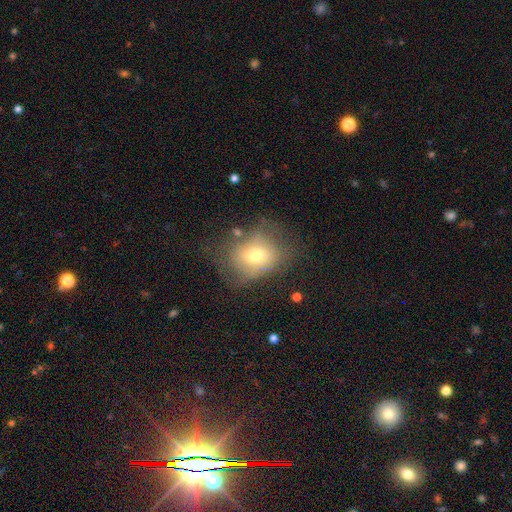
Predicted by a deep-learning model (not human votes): Smooth or featured?
  - smooth: 64% *
  - featured or disk: 24%
  - star or artifact: 12%
How rounded?
  - round: 50% *
  - in between: 49%
  - cigar-shaped: 1%
Merging?
  - none: 51% *
  - minor disturbance: 27%
  - major disturbance: 19%
  - merger: 3%